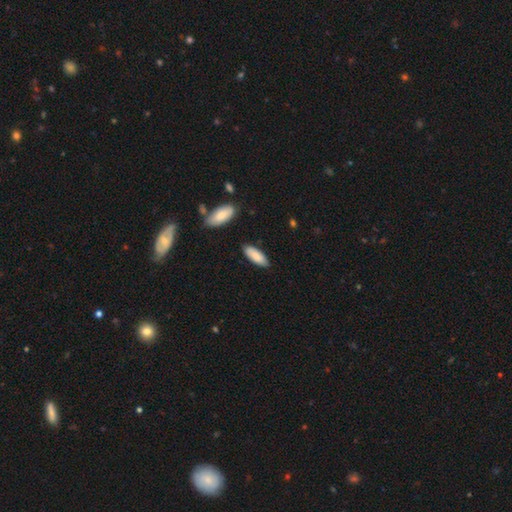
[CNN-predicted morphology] Smooth or featured: smooth — 85% (featured or disk — 9%)
How rounded: in between — 73% (cigar-shaped — 26%)
Merging: none — 83% (minor disturbance — 13%)